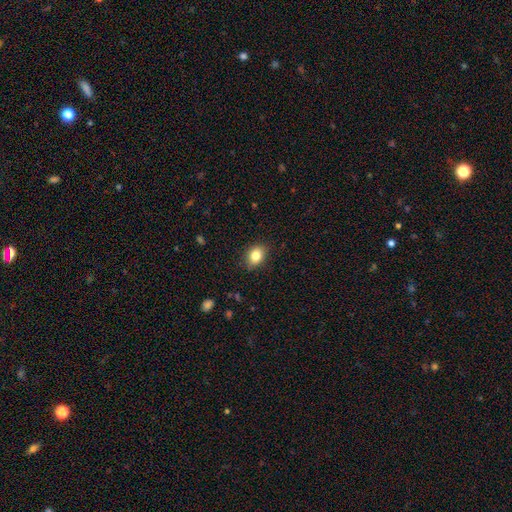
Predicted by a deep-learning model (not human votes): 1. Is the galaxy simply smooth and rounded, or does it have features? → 82% smooth, 9% star or artifact, 8% featured or disk.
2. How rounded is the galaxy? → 71% in between, 28% round, 1% cigar-shaped.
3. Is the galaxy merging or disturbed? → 87% none, 10% minor disturbance, 2% major disturbance, 1% merger.